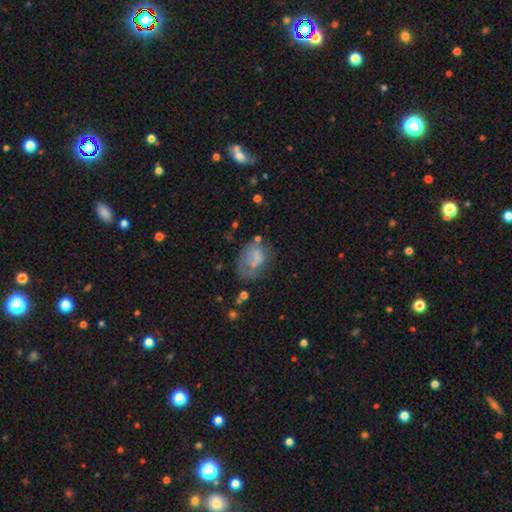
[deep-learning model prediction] smooth_or_featured: smooth (p=0.59) [alt: featured or disk p=0.30]
how_rounded: in between (p=0.67) [alt: round p=0.31]
merging: none (p=0.35) [alt: major disturbance p=0.27]